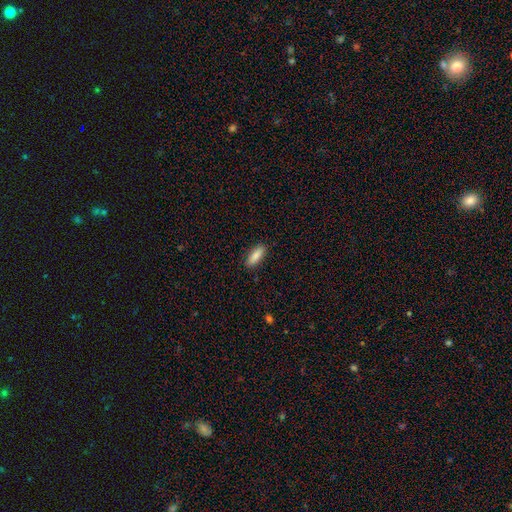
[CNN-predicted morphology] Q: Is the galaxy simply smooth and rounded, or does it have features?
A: smooth — 86%.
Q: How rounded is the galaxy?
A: in between — 68%.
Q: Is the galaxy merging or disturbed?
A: none — 89%.